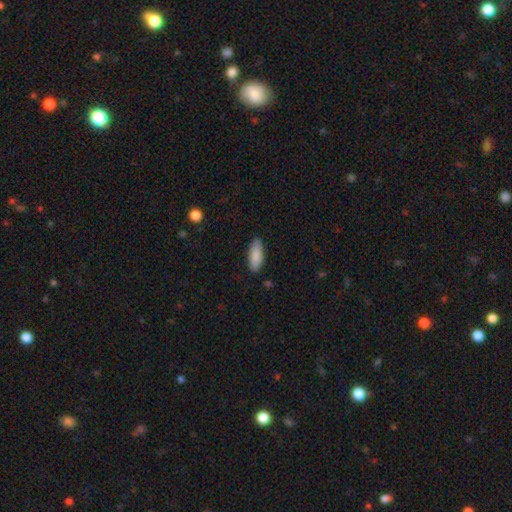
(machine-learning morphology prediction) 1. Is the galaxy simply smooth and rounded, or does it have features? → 86% smooth, 8% featured or disk, 6% star or artifact.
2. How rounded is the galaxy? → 73% in between, 25% cigar-shaped, 2% round.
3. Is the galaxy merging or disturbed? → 87% none, 10% minor disturbance, 2% major disturbance, 1% merger.